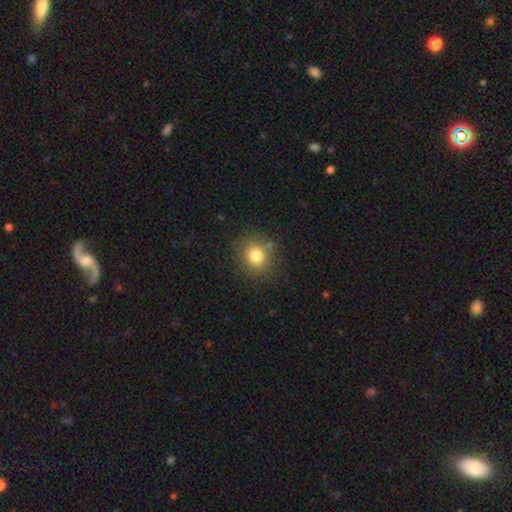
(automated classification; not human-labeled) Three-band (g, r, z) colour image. It shows a smooth galaxy with no disk features (80%) that is round (79%). Merging: none (81%).